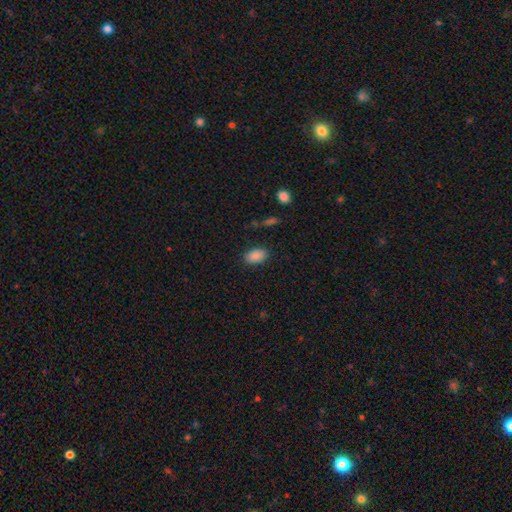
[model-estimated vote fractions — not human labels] Smooth or featured? Predicted: smooth (p=0.88). How rounded? Predicted: in between (p=0.92). Merging? Predicted: none (p=0.86).